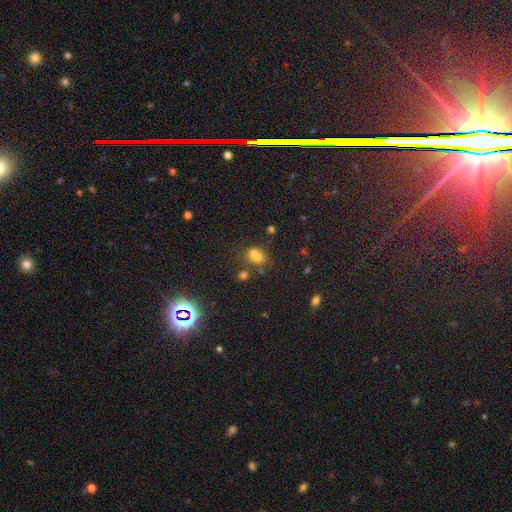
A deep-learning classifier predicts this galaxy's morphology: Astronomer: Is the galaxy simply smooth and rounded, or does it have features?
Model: smooth — 62%.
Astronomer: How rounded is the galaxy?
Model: round — 59% (runner-up: in between, 39%).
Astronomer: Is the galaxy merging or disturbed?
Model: merger — 48% (runner-up: none, 36%).